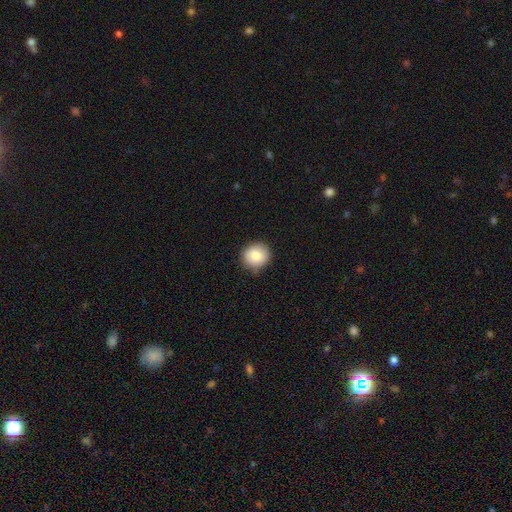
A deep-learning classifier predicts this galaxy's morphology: Smooth or featured? smooth (86%)
How rounded? round (90%)
Merging? none (84%)